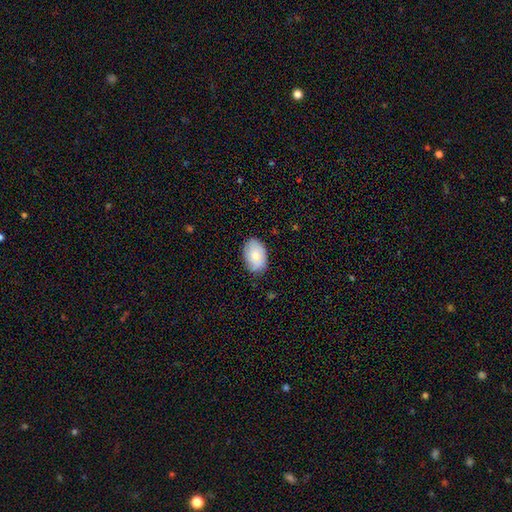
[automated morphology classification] smooth_or_featured: smooth (p=0.78) [alt: featured or disk p=0.16]
how_rounded: in between (p=0.87) [alt: round p=0.12]
merging: none (p=0.82) [alt: minor disturbance p=0.15]